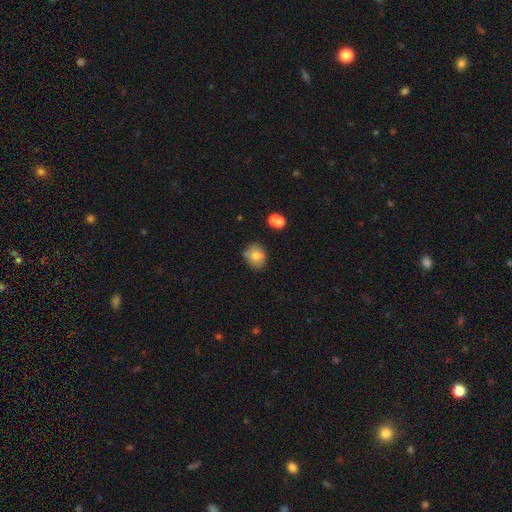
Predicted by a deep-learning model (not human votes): smooth 72%, featured or disk 18%, star or artifact 10%. Down the decision tree: how rounded — round (64%); merging — none (69%).